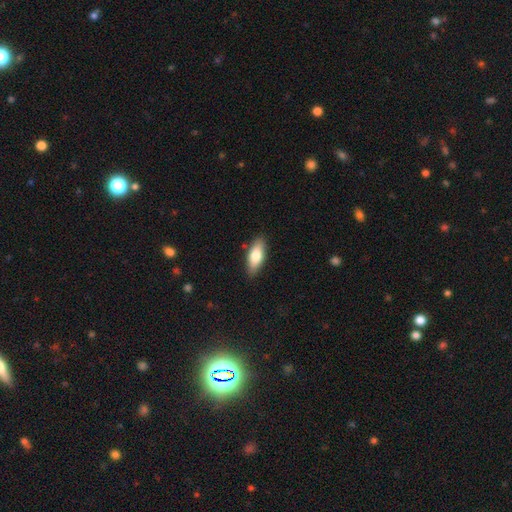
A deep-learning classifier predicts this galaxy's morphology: Q: Smooth or featured?
A: smooth (75%); runner-up: featured or disk (20%)
Q: How rounded?
A: in between (77%); runner-up: cigar-shaped (20%)
Q: Merging?
A: none (86%); runner-up: minor disturbance (10%)